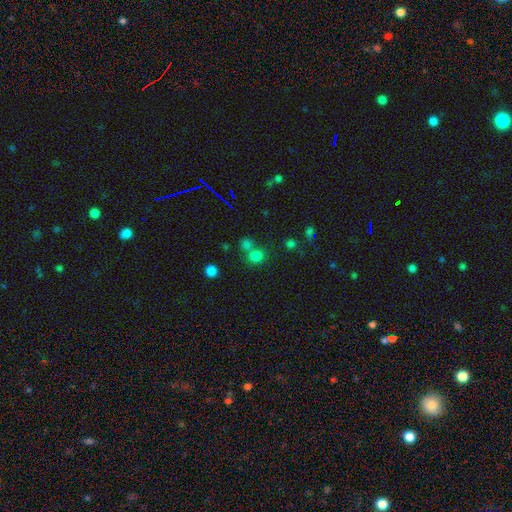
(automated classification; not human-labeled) Smooth or featured?
  - smooth: 73% *
  - star or artifact: 20%
  - featured or disk: 7%
How rounded?
  - round: 73% *
  - in between: 26%
  - cigar-shaped: 1%
Merging?
  - none: 56% *
  - merger: 30%
  - minor disturbance: 9%
  - major disturbance: 5%